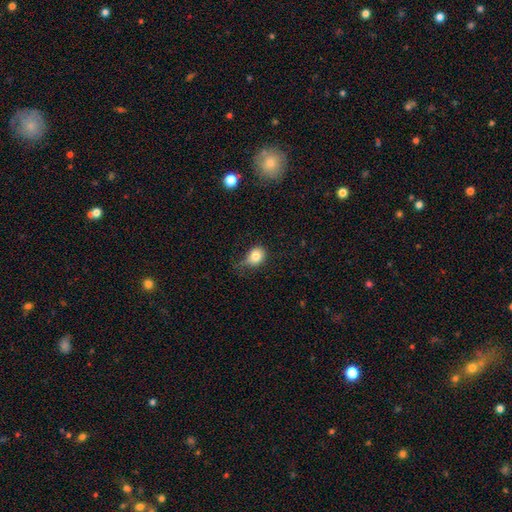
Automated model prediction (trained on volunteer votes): Q: Smooth or featured?
A: smooth (81%); runner-up: star or artifact (10%)
Q: How rounded?
A: round (51%); runner-up: in between (48%)
Q: Merging?
A: none (46%); runner-up: minor disturbance (35%)